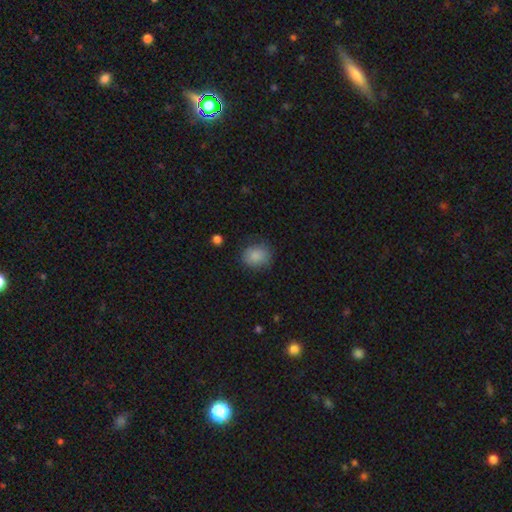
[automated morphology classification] Q: Smooth or featured?
A: smooth (85%); runner-up: star or artifact (9%)
Q: How rounded?
A: round (61%); runner-up: in between (39%)
Q: Merging?
A: none (77%); runner-up: minor disturbance (17%)